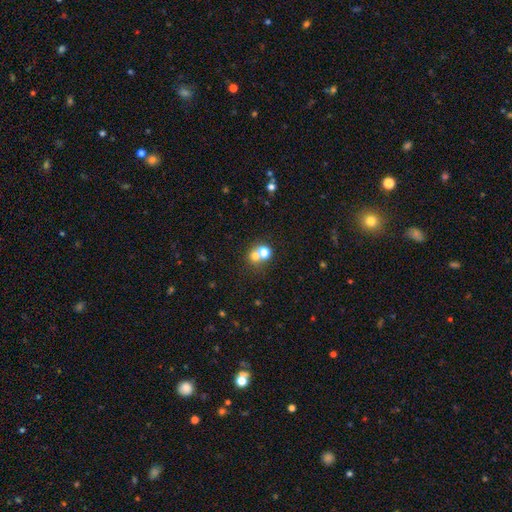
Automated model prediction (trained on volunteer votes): A smooth galaxy with no disk features (68%) that is round (80%).

Vote fractions:
- Smooth or featured? smooth: 68% / star or artifact: 17% / featured or disk: 15%
- How rounded? round: 80% / in between: 19% / cigar-shaped: 1%
- Merging? merger: 51% / none: 39% / minor disturbance: 6% / major disturbance: 4%